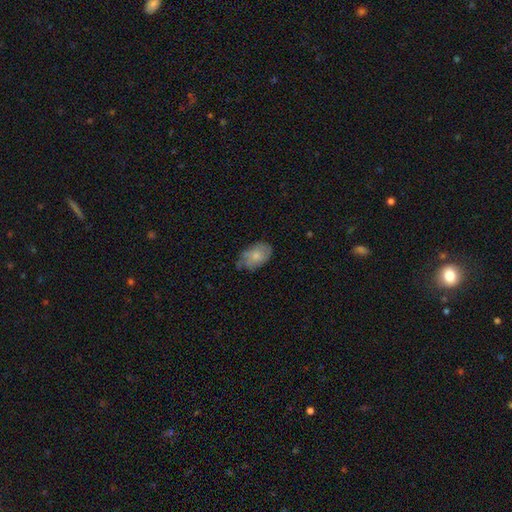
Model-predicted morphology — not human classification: Smooth or featured? Predicted: smooth (p=0.70). How rounded? Predicted: in between (p=0.88). Merging? Predicted: none (p=0.59).